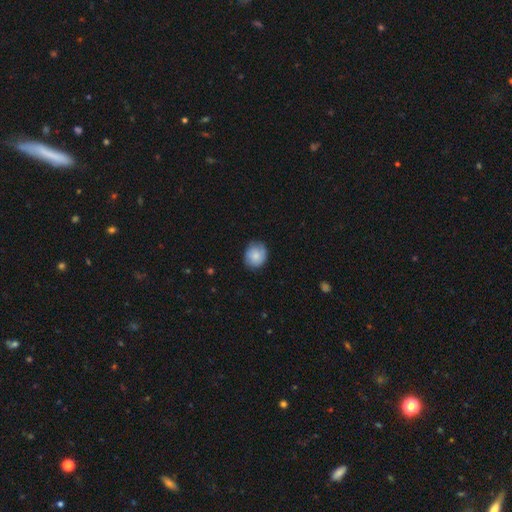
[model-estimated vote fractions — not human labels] Q: Smooth or featured?
A: smooth (79%); runner-up: featured or disk (14%)
Q: How rounded?
A: round (79%); runner-up: in between (20%)
Q: Merging?
A: none (80%); runner-up: minor disturbance (16%)